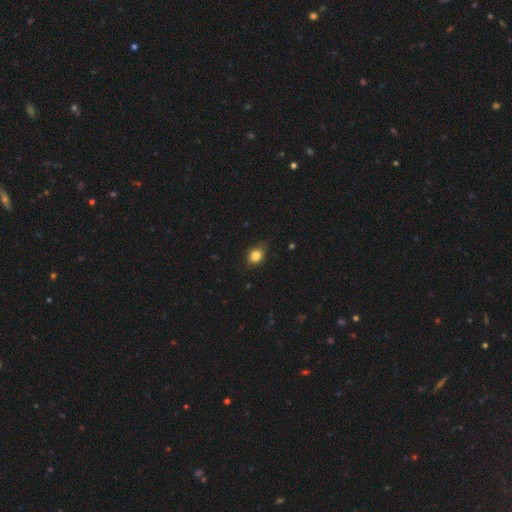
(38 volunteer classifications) Smooth or featured?
  - smooth: 87% *
  - star or artifact: 11%
  - featured or disk: 3%
How rounded?
  - in between: 67% *
  - round: 33%
  - cigar-shaped: 0%
Merging?
  - none: 59% *
  - minor disturbance: 38%
  - major disturbance: 3%
  - merger: 0%